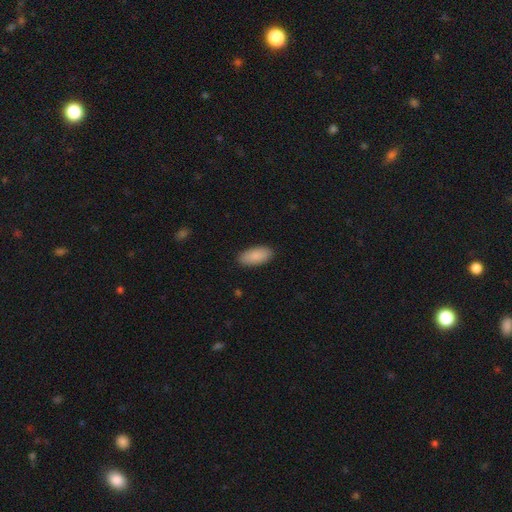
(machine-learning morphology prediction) smooth 89%, star or artifact 6%, featured or disk 6%. Down the decision tree: how rounded — in between (92%); merging — none (89%).